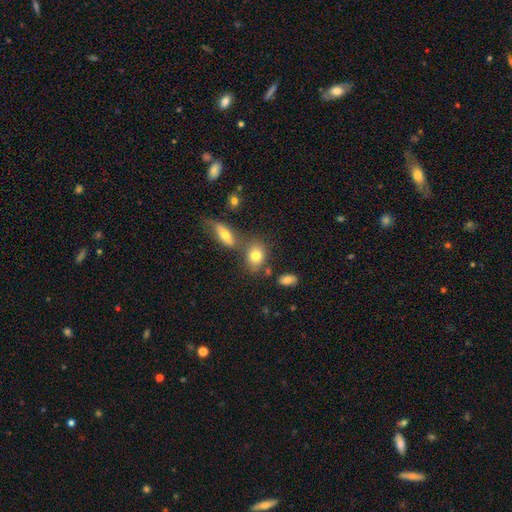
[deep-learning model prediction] Q: Smooth or featured?
A: smooth (77%); runner-up: featured or disk (13%)
Q: How rounded?
A: in between (70%); runner-up: round (28%)
Q: Merging?
A: none (60%); runner-up: merger (22%)